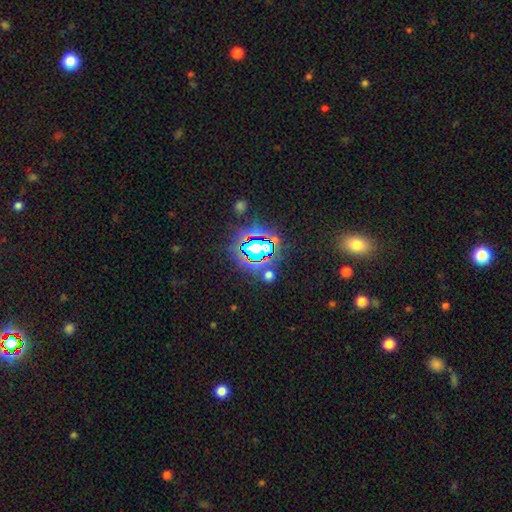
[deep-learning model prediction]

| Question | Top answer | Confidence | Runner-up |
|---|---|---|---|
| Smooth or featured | star or artifact | 79% | smooth (13%) |